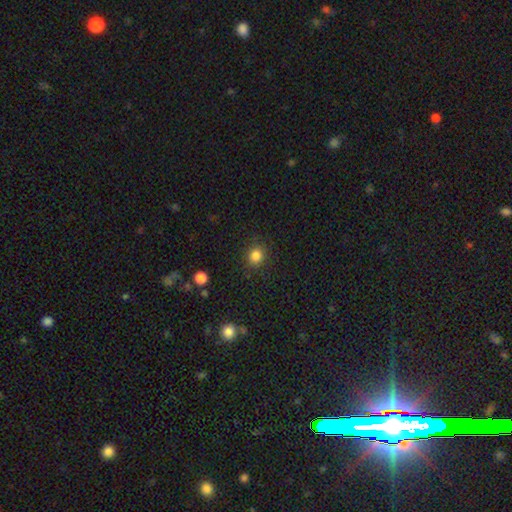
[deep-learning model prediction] A smooth galaxy with no disk features (84%) that is round (80%).

Vote fractions:
- Smooth or featured? smooth: 84% / star or artifact: 12% / featured or disk: 4%
- How rounded? round: 80% / in between: 19% / cigar-shaped: 1%
- Merging? none: 88% / minor disturbance: 8% / major disturbance: 3% / merger: 1%